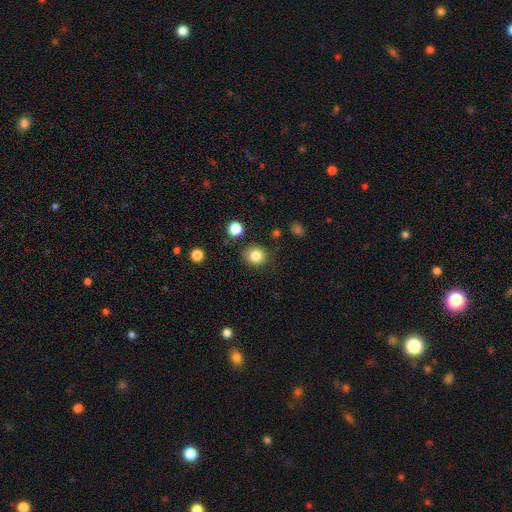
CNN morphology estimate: This is clearly a smooth galaxy (82%). How rounded: clearly round (86%). Merging: clearly none (86%).